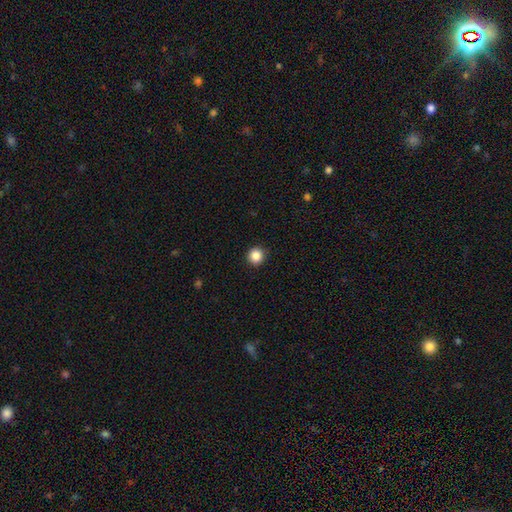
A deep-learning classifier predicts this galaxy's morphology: smooth_or_featured: smooth (p=0.86) [alt: star or artifact p=0.10]
how_rounded: round (p=0.94) [alt: in between p=0.05]
merging: none (p=0.92) [alt: minor disturbance p=0.05]